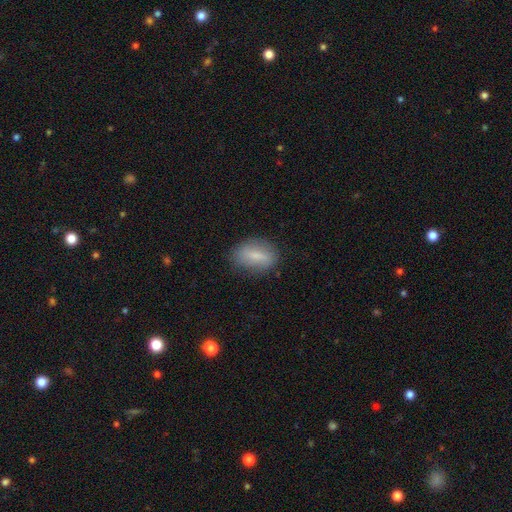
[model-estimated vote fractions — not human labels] Smooth or featured? smooth (71%)
How rounded? in between (83%)
Merging? none (79%)